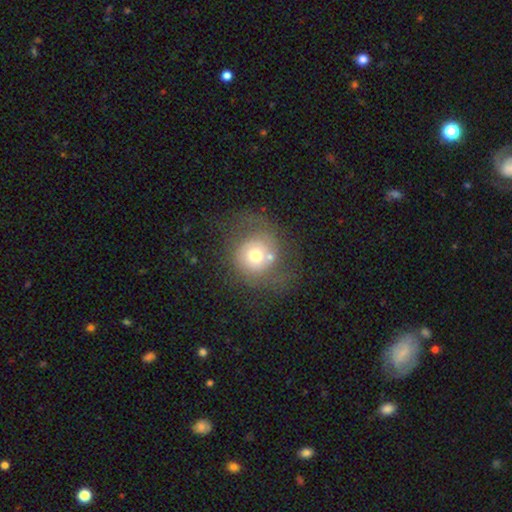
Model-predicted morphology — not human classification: smooth_or_featured: smooth (p=0.47) [alt: featured or disk p=0.42]
merging: none (p=0.50) [alt: major disturbance p=0.22]